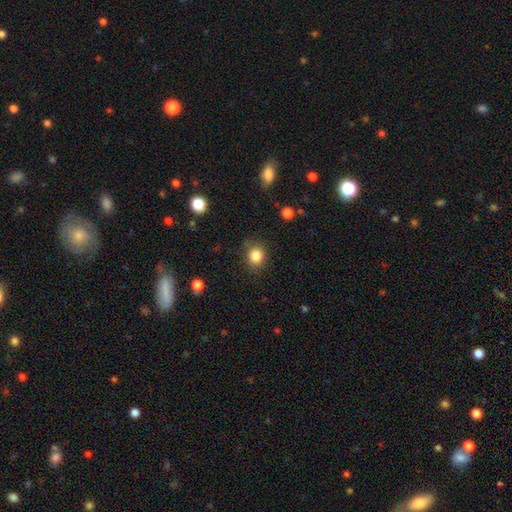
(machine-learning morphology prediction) smooth-or-featured: smooth: 85% | star or artifact: 10% | featured or disk: 5%
  how-rounded: round: 71% | in between: 28% | cigar-shaped: 1%
  merging: none: 82% | minor disturbance: 13% | major disturbance: 4% | merger: 2%